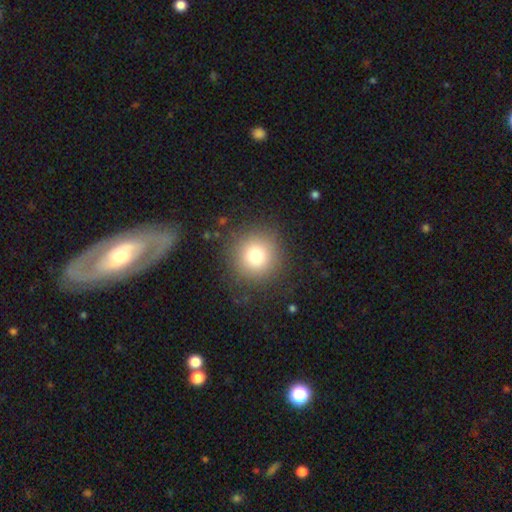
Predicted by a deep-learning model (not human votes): Morphology: type=smooth (76%); roundness=round (95%); merging=none (87%).